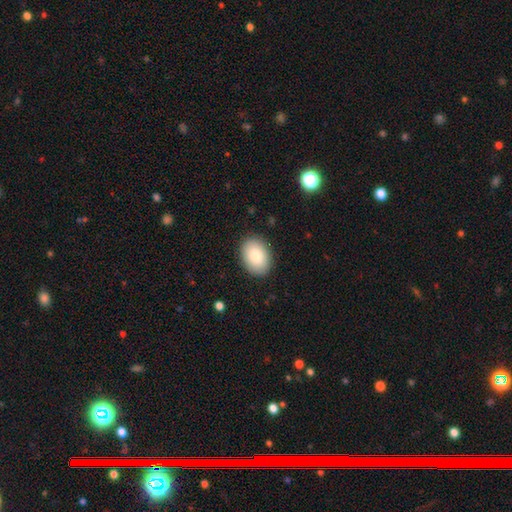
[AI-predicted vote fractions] The model was most divided on "how rounded": in between: 80%, round: 19%, cigar-shaped: 1%. More confident: merging — none (89%); smooth or featured — smooth (85%).